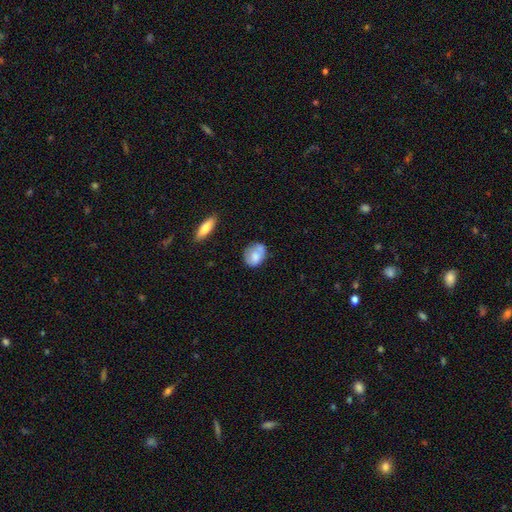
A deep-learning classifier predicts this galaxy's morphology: smooth_or_featured: smooth (p=0.71) [alt: featured or disk p=0.21]
how_rounded: round (p=0.50) [alt: in between p=0.48]
merging: none (p=0.56) [alt: minor disturbance p=0.28]